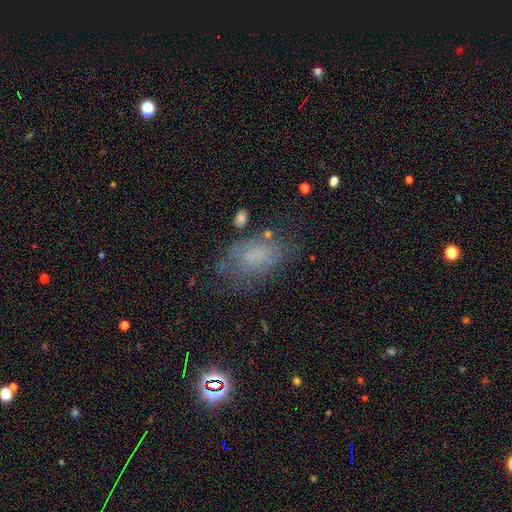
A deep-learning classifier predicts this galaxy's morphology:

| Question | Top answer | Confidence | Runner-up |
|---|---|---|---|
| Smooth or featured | smooth | 60% | featured or disk (23%) |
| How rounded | in between | 86% | round (12%) |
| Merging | none | 54% | minor disturbance (25%) |